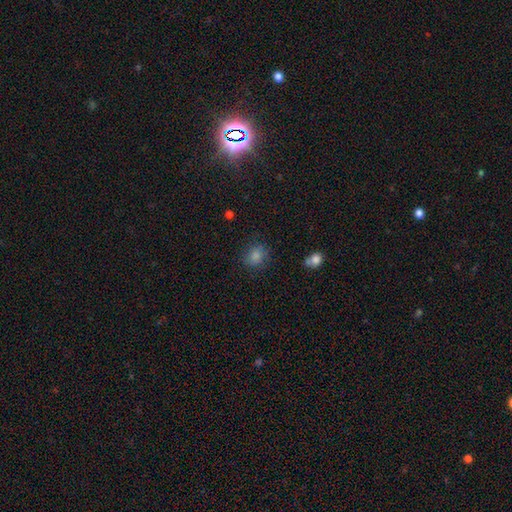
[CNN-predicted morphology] The model was most divided on "how rounded": round: 73%, in between: 26%, cigar-shaped: 1%. More confident: merging — none (81%); smooth or featured — smooth (72%).